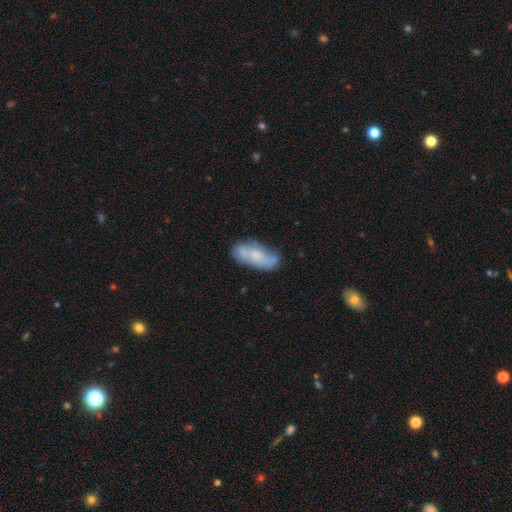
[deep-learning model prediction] smooth_or_featured: smooth (p=0.55) [alt: featured or disk p=0.37]
how_rounded: in between (p=0.77) [alt: cigar-shaped p=0.21]
merging: none (p=0.53) [alt: minor disturbance p=0.26]